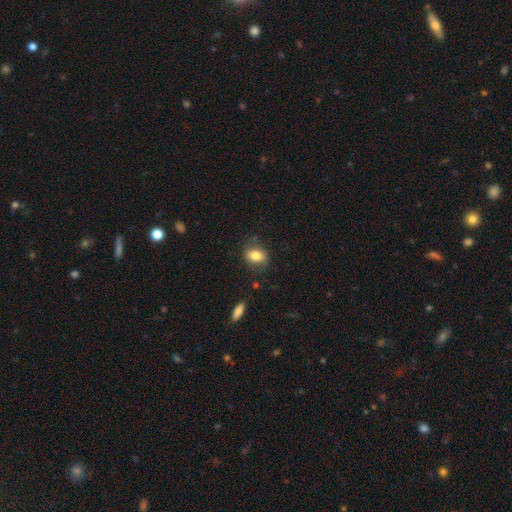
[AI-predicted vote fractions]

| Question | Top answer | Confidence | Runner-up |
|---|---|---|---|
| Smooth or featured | smooth | 80% | featured or disk (11%) |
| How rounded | in between | 57% | round (41%) |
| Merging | none | 77% | minor disturbance (16%) |